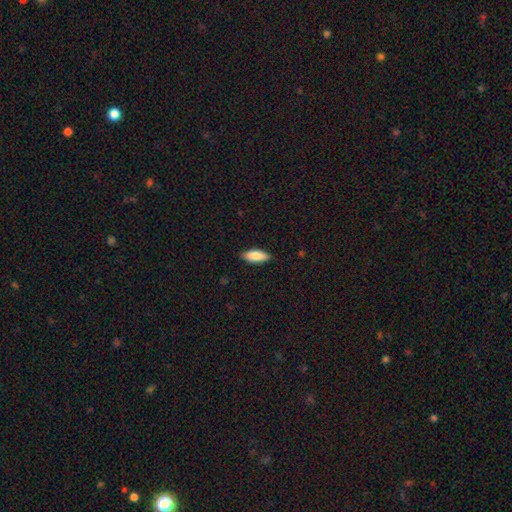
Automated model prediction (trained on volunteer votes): This appears to be a smooth galaxy with no disk features (83%) that is in between round and cigar-shaped (74%). Merging: none (87%).